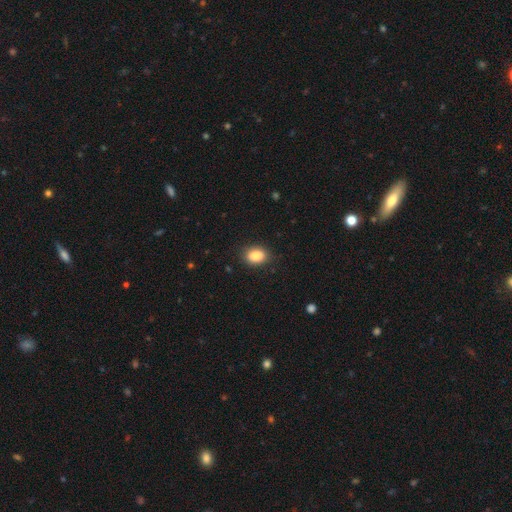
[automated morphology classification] type=smooth (87%); roundness=in between (78%); merging=none (86%).